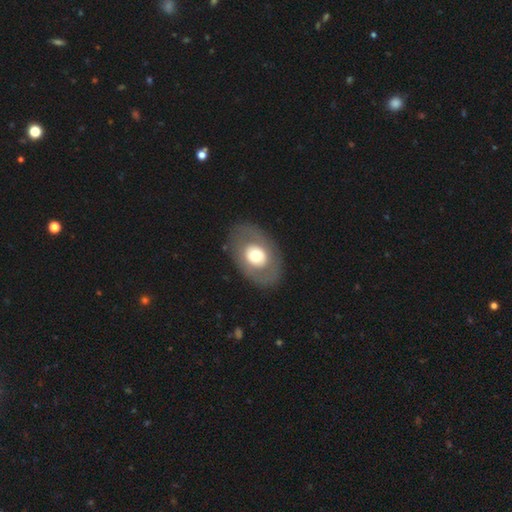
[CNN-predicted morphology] This appears to be a smooth galaxy with no disk features (50%) that is in between round and cigar-shaped (72%). Merging: none (83%).